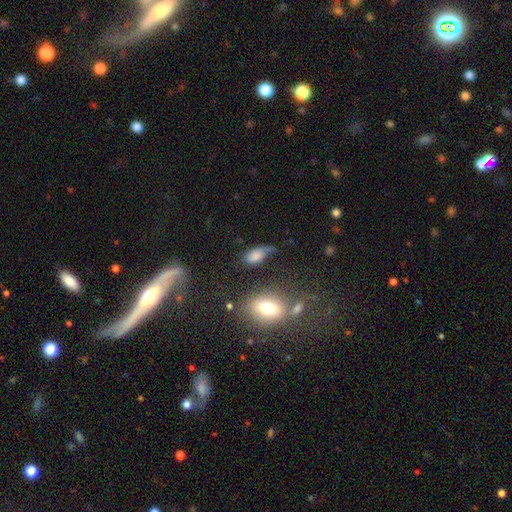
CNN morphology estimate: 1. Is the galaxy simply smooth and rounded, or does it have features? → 64% smooth, 25% featured or disk, 11% star or artifact.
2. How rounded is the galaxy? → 86% in between, 8% round, 6% cigar-shaped.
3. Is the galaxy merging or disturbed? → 36% none, 34% minor disturbance, 24% major disturbance, 6% merger.